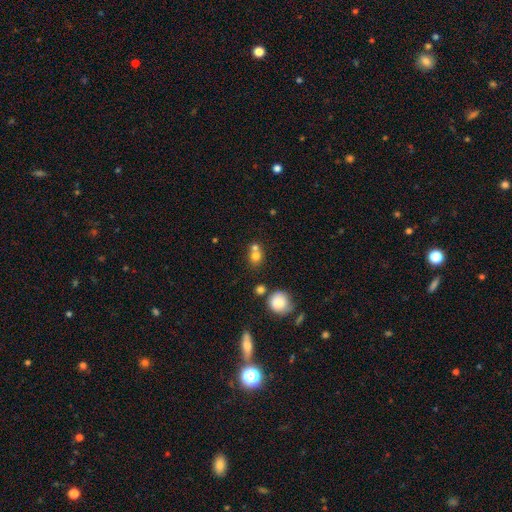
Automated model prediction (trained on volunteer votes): This appears to be a smooth galaxy with no disk features (74%) that is round (77%). Merging: none (45%).